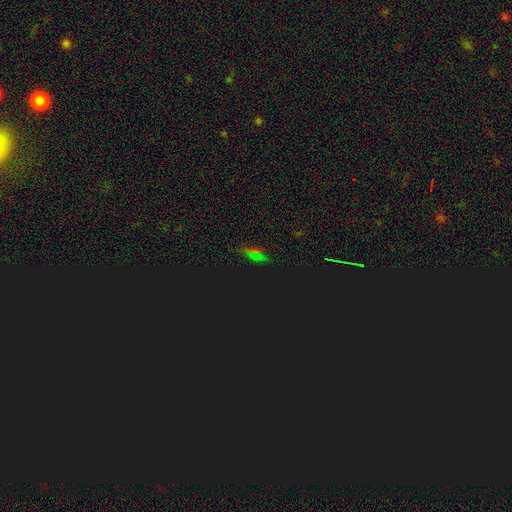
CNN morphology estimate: Overall: star or artifact (62%; smooth 26%).